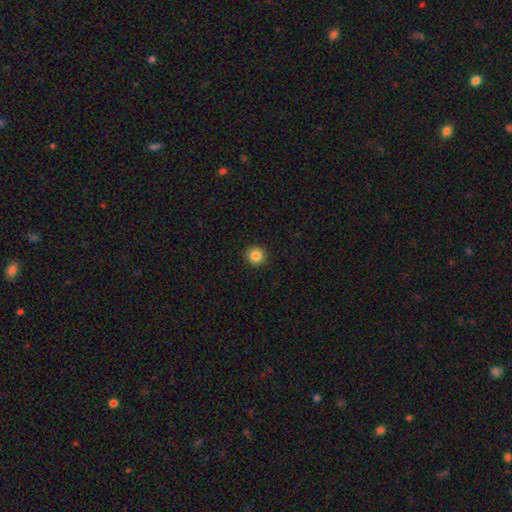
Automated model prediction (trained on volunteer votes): A smooth galaxy with no disk features (85%) that is round (95%). Merging: none (92%).